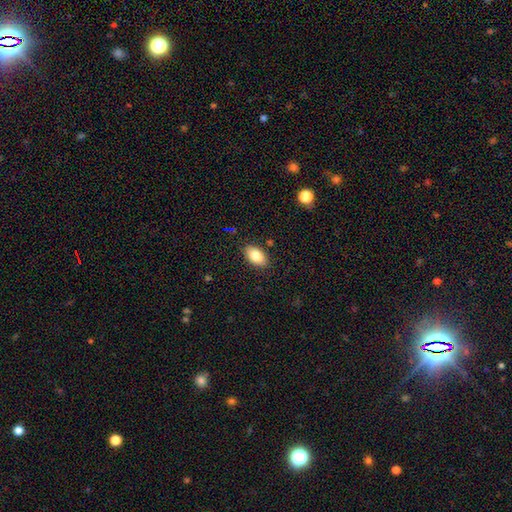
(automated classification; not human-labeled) This is clearly a smooth galaxy (83%). How rounded: clearly in between (91%). Merging: clearly none (86%).